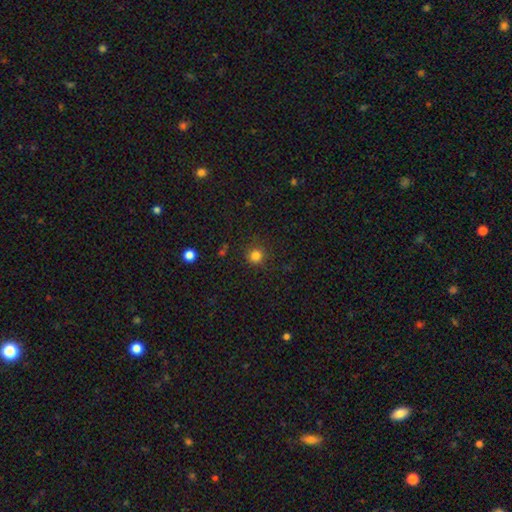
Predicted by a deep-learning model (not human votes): Smooth or featured?
  - smooth: 82% *
  - star or artifact: 14%
  - featured or disk: 4%
How rounded?
  - round: 93% *
  - in between: 6%
  - cigar-shaped: 1%
Merging?
  - none: 88% *
  - minor disturbance: 8%
  - major disturbance: 3%
  - merger: 1%